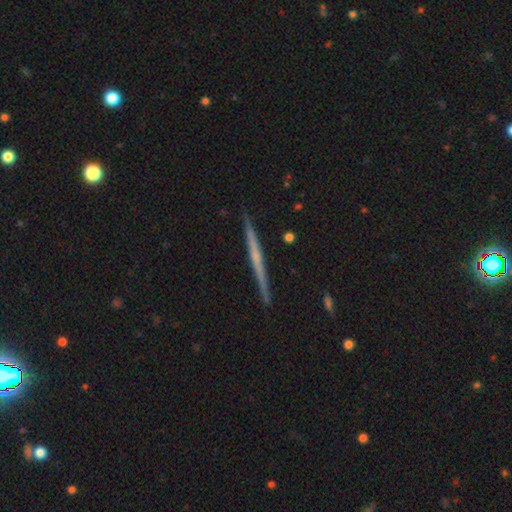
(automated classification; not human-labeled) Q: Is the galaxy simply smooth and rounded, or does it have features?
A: featured or disk — 63%.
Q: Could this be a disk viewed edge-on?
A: yes — 98%.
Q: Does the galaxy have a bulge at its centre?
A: none — 76%.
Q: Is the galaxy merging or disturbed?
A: none — 91%.